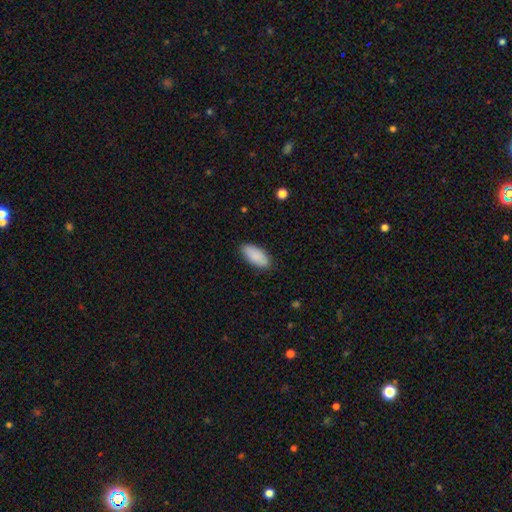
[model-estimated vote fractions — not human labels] Smooth or featured: smooth — 87% (featured or disk — 7%)
How rounded: in between — 89% (cigar-shaped — 9%)
Merging: none — 84% (minor disturbance — 13%)